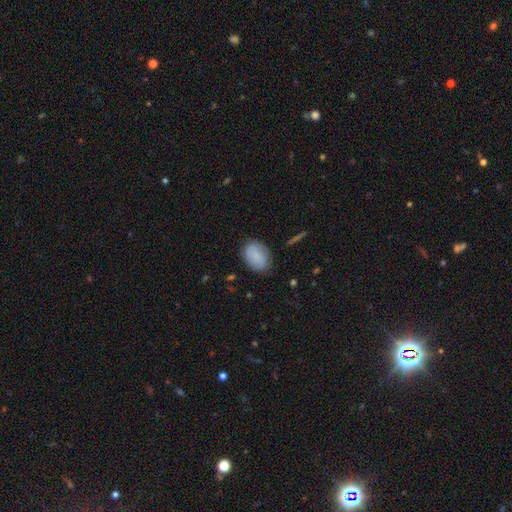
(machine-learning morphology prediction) Overall: smooth (70%). How rounded: in between (79%). Merging: none (79%).